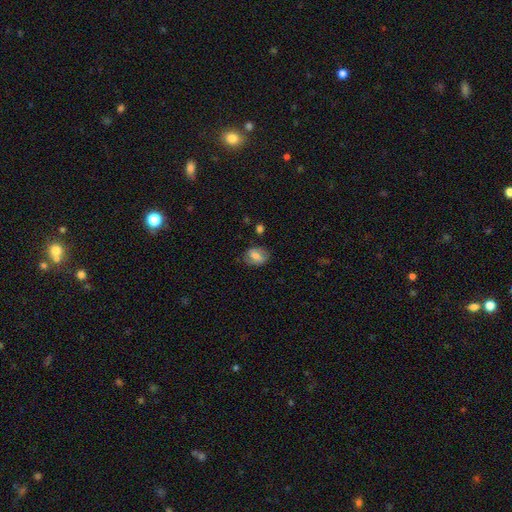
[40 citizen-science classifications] Smooth or featured: smooth — 55% (featured or disk — 38%)
How rounded: in between — 68% (round — 27%)
Merging: none — 81% (minor disturbance — 8%)